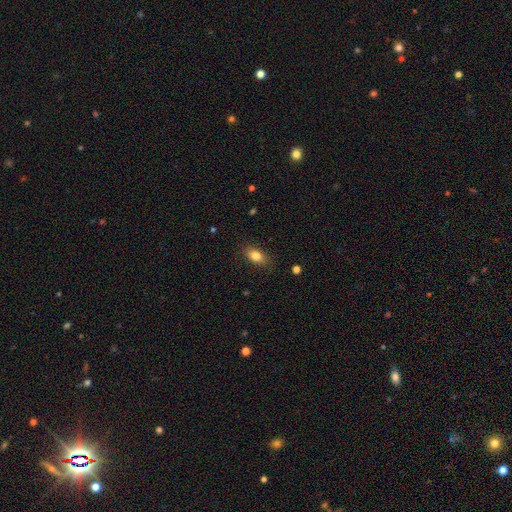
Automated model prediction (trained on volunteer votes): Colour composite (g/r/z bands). It shows a smooth galaxy with no disk features (83%) that is in between round and cigar-shaped (85%). Merging: none (84%).